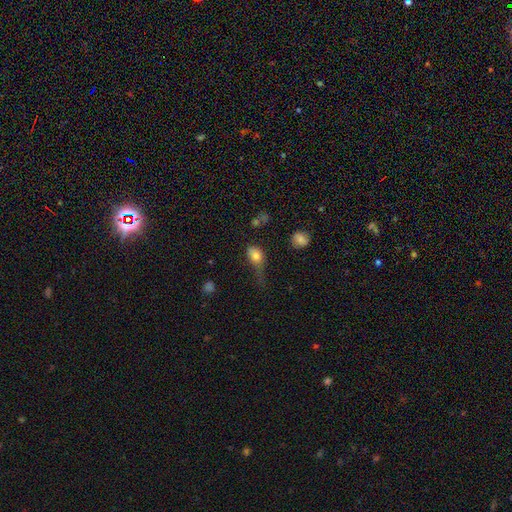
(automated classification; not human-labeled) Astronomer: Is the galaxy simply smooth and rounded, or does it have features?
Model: smooth — 77%.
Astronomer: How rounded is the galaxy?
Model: in between — 67%.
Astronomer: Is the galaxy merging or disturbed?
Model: major disturbance — 37% (runner-up: minor disturbance, 32%).